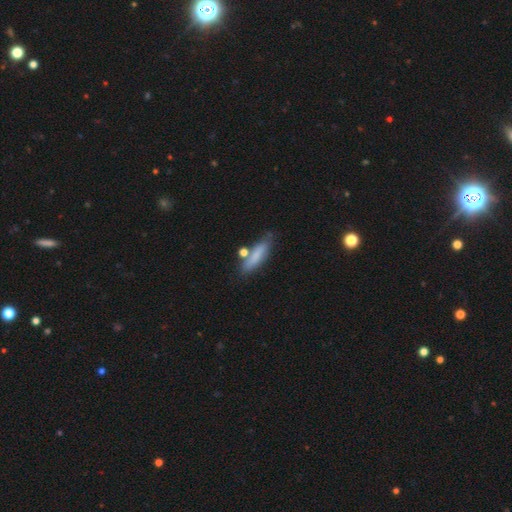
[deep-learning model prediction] Smooth or featured: smooth — 75% (featured or disk — 18%)
How rounded: cigar-shaped — 69% (in between — 29%)
Merging: none — 69% (minor disturbance — 17%)